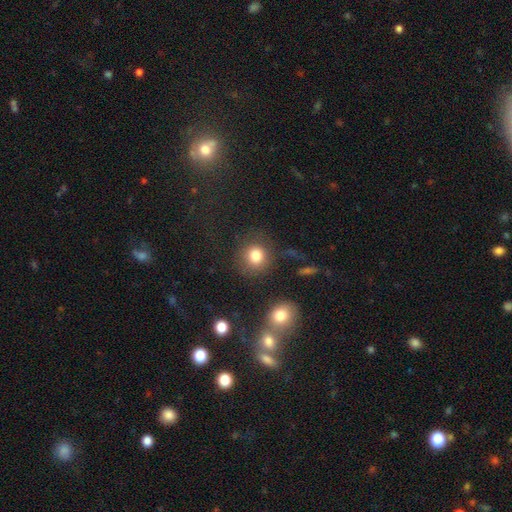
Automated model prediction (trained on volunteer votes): This appears to be a smooth galaxy with no disk features (82%) that is round (87%). Merging: none (78%).